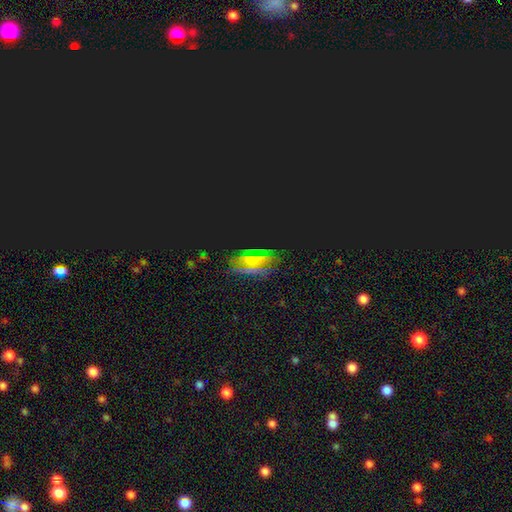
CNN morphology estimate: A star or artifact, not a galaxy (53%).

Vote fractions:
- Smooth or featured? star or artifact: 53% / smooth: 27% / featured or disk: 20%